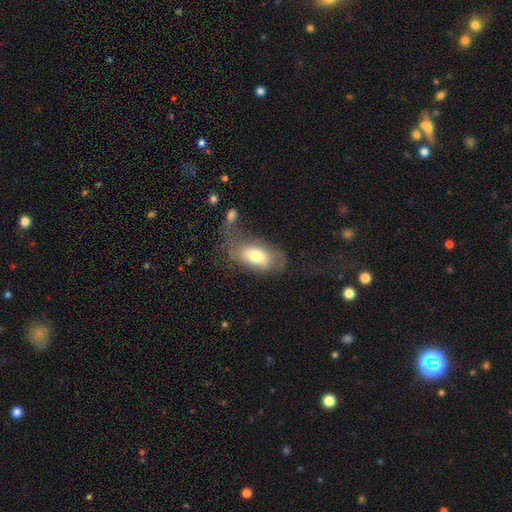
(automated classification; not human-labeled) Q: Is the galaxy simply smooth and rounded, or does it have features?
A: smooth — 68%.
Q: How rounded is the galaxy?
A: in between — 90%.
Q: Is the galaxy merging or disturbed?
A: none — 38%.